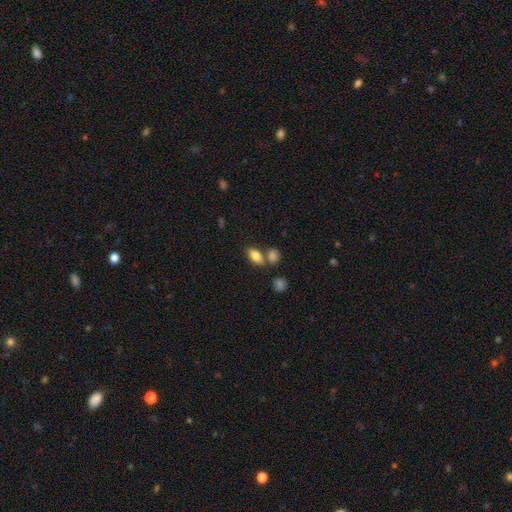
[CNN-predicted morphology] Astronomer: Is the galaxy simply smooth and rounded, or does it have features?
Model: smooth — 82%.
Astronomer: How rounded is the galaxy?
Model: in between — 88%.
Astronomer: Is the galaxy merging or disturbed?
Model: none — 62%.